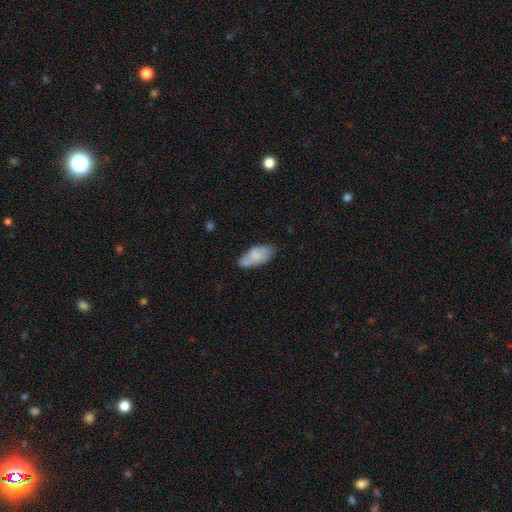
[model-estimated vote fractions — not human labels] The model was most divided on "merging": none: 55%, minor disturbance: 29%, major disturbance: 8%, merger: 8%. More confident: how rounded — in between (89%); smooth or featured — smooth (69%).